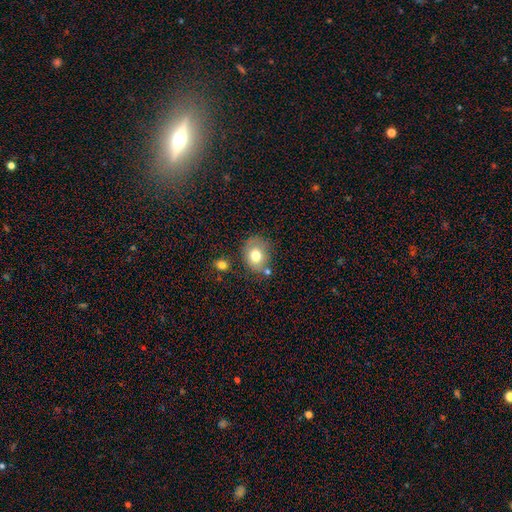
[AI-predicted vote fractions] Overall: smooth (74%). How rounded: round (50%; in between 49%). Merging: none (63%).